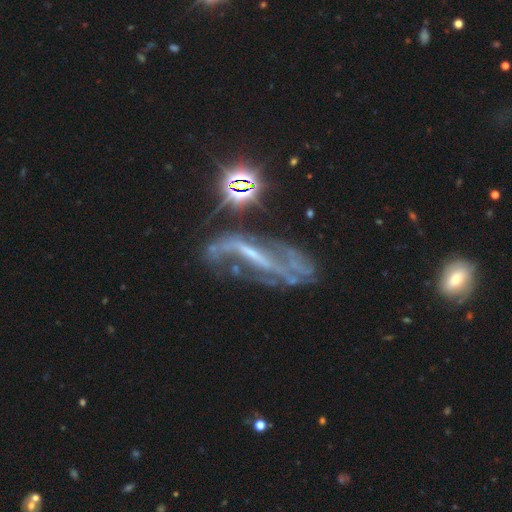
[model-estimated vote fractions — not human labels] Q: Smooth or featured?
A: featured or disk (80%); runner-up: star or artifact (12%)
Q: Edge-on disk?
A: no (85%); runner-up: yes (15%)
Q: Bar?
A: strong (49%); runner-up: weak (32%)
Q: Spiral arms?
A: yes (83%); runner-up: no (17%)
Q: Spiral winding?
A: loose (53%); runner-up: medium (32%)
Q: Spiral arm count?
A: 2 (63%); runner-up: can't tell (20%)
Q: Bulge size?
A: small (56%); runner-up: none (25%)
Q: Merging?
A: none (47%); runner-up: major disturbance (25%)